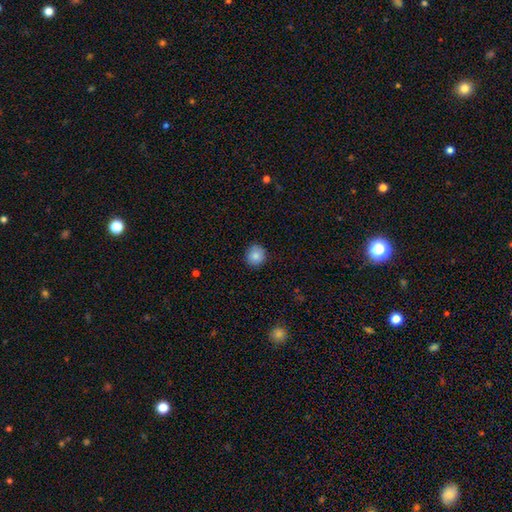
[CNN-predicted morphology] A smooth galaxy with no disk features (85%) that is round (89%).

Vote fractions:
- Smooth or featured? smooth: 85% / star or artifact: 9% / featured or disk: 6%
- How rounded? round: 89% / in between: 10% / cigar-shaped: 1%
- Merging? none: 87% / minor disturbance: 10% / major disturbance: 2% / merger: 1%